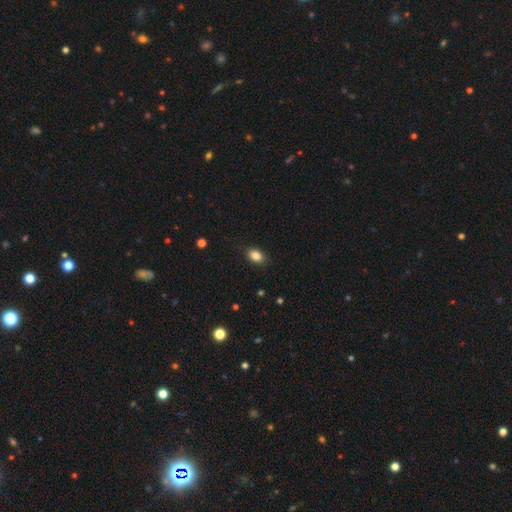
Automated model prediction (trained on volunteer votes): Overall: smooth (85%). How rounded: in between (82%). Merging: none (86%).